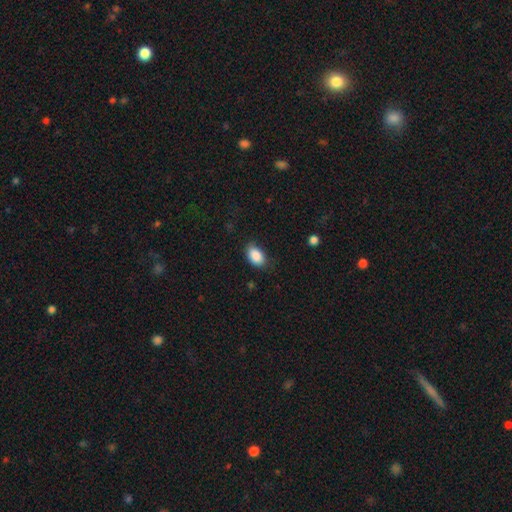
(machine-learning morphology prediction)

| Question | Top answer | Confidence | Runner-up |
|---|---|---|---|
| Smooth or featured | smooth | 89% | star or artifact (7%) |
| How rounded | in between | 89% | round (10%) |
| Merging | none | 77% | minor disturbance (18%) |